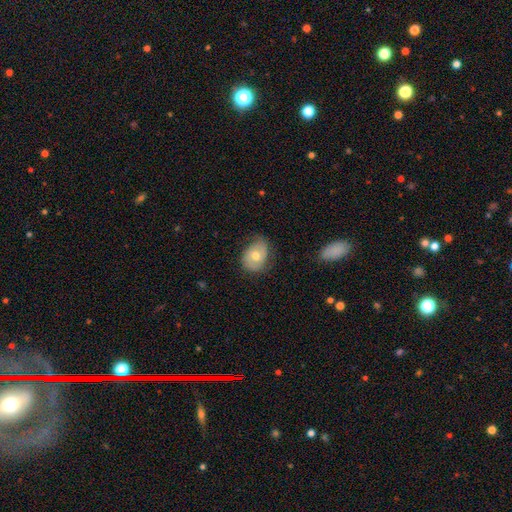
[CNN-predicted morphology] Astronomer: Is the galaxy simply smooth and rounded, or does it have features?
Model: smooth — 48% (runner-up: featured or disk, 45%).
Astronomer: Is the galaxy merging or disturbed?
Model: none — 65%.